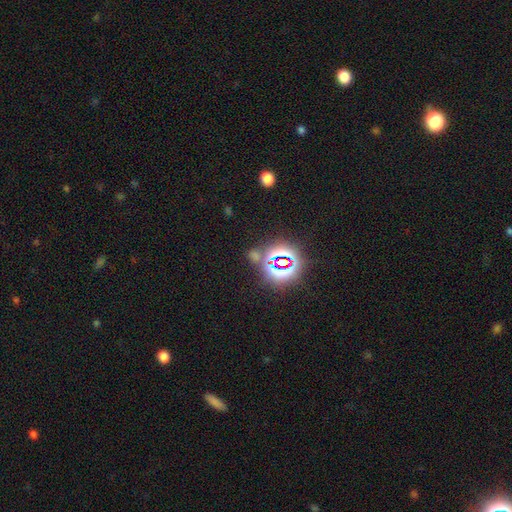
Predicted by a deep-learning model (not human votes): This appears to be a star or artifact, not a galaxy (66%).